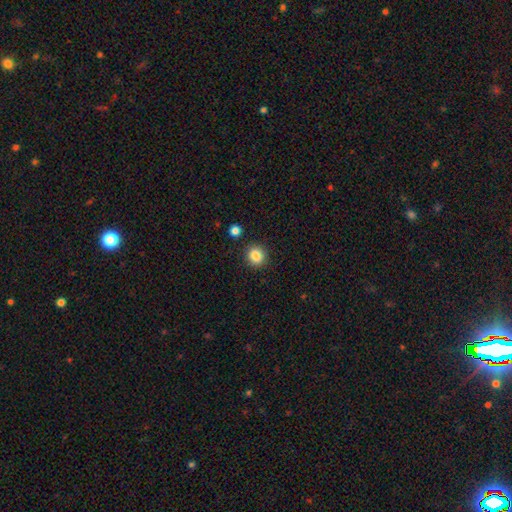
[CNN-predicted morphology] Overall: smooth (85%). How rounded: round (86%). Merging: none (89%).